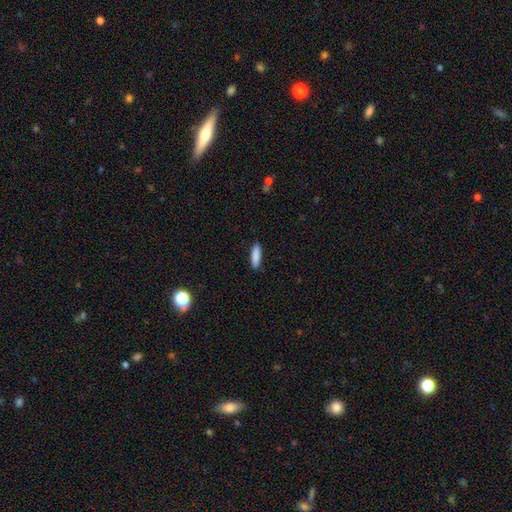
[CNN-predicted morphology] Q: Smooth or featured?
A: smooth (87%); runner-up: featured or disk (7%)
Q: How rounded?
A: cigar-shaped (64%); runner-up: in between (35%)
Q: Merging?
A: none (89%); runner-up: minor disturbance (8%)